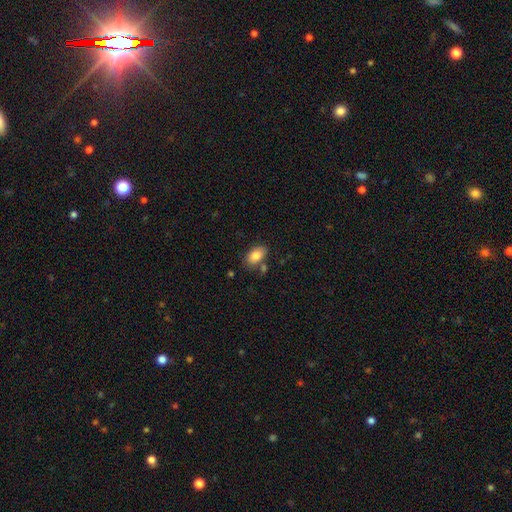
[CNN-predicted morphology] Q: Smooth or featured?
A: smooth (84%); runner-up: featured or disk (9%)
Q: How rounded?
A: in between (92%); runner-up: round (6%)
Q: Merging?
A: none (72%); runner-up: minor disturbance (14%)